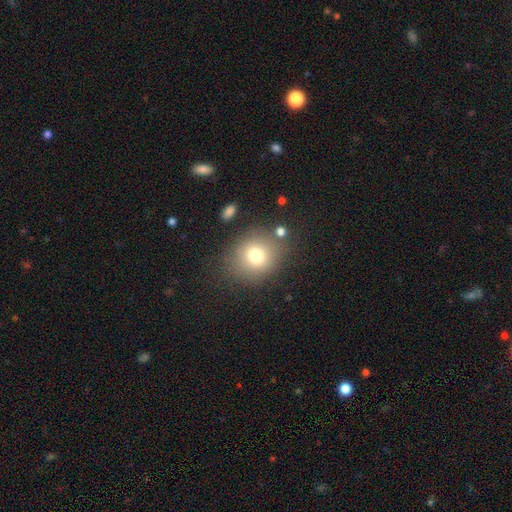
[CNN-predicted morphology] smooth 74%, star or artifact 14%, featured or disk 12%. Down the decision tree: how rounded — round (74%); merging — none (77%).